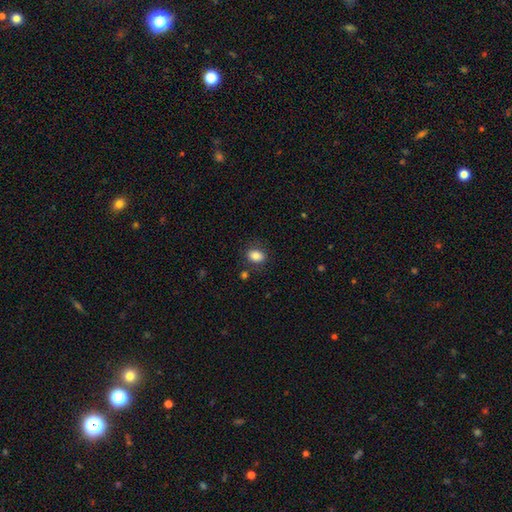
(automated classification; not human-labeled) This appears to be a smooth galaxy with no disk features (84%) that is in between round and cigar-shaped (68%). Merging: none (80%).